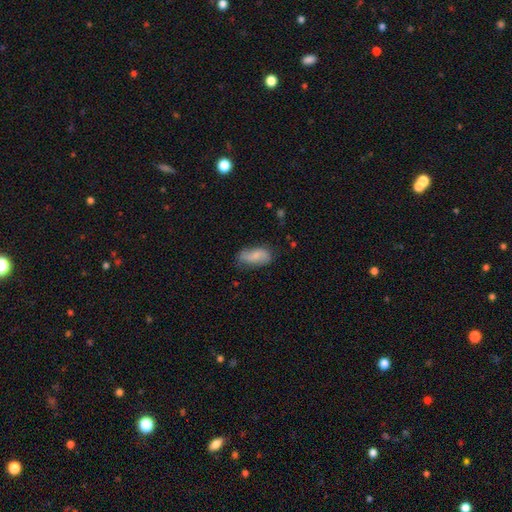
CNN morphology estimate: smooth 52%, featured or disk 41%, star or artifact 7%. Down the decision tree: how rounded — in between (89%); merging — none (67%).